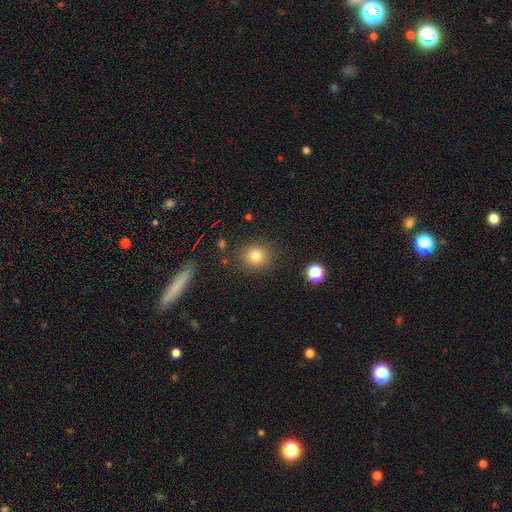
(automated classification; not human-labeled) Q: Smooth or featured?
A: smooth (80%); runner-up: star or artifact (12%)
Q: How rounded?
A: round (80%); runner-up: in between (19%)
Q: Merging?
A: none (85%); runner-up: minor disturbance (9%)